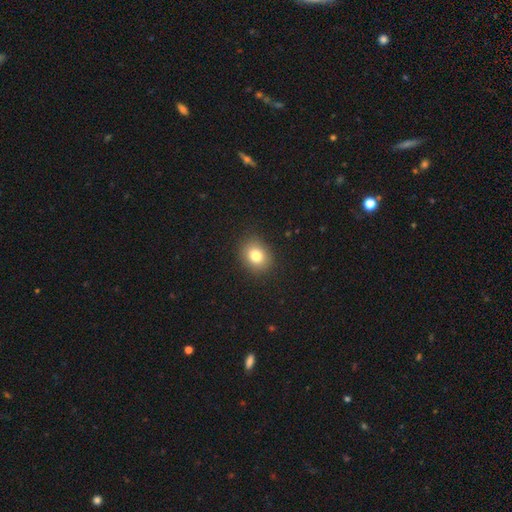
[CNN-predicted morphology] A smooth galaxy with no disk features (80%) that is round (56%).

Vote fractions:
- Smooth or featured? smooth: 80% / star or artifact: 11% / featured or disk: 9%
- How rounded? round: 56% / in between: 43% / cigar-shaped: 1%
- Merging? none: 89% / minor disturbance: 8% / major disturbance: 2% / merger: 1%